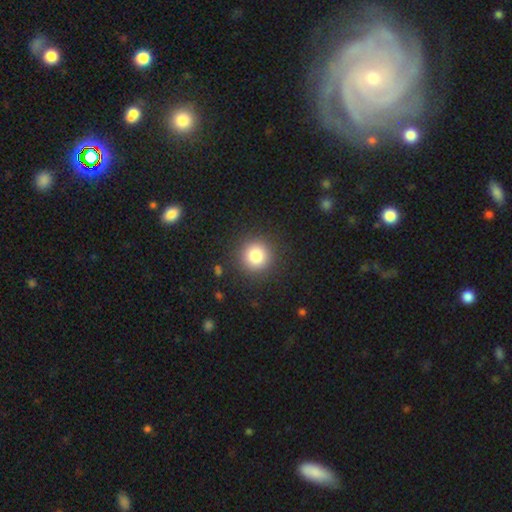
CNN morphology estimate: smooth_or_featured: smooth (p=0.83) [alt: star or artifact p=0.11]
how_rounded: round (p=0.95) [alt: in between p=0.04]
merging: none (p=0.90) [alt: minor disturbance p=0.06]